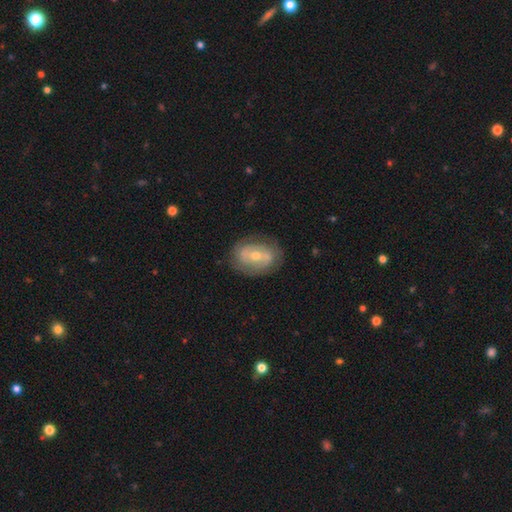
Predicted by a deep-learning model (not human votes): Q: Smooth or featured?
A: featured or disk (68%); runner-up: smooth (24%)
Q: Edge-on disk?
A: no (95%); runner-up: yes (5%)
Q: Bar?
A: no (40%); runner-up: weak (38%)
Q: Spiral arms?
A: yes (65%); runner-up: no (35%)
Q: Bulge size?
A: moderate (54%); runner-up: small (42%)
Q: Merging?
A: none (77%); runner-up: minor disturbance (16%)